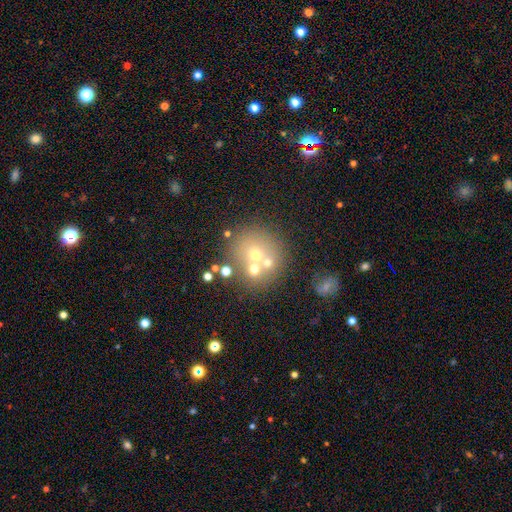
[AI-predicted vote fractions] Smooth or featured? Predicted: smooth (p=0.50). How rounded? Predicted: round (p=0.88). Merging? Predicted: none (p=0.50).